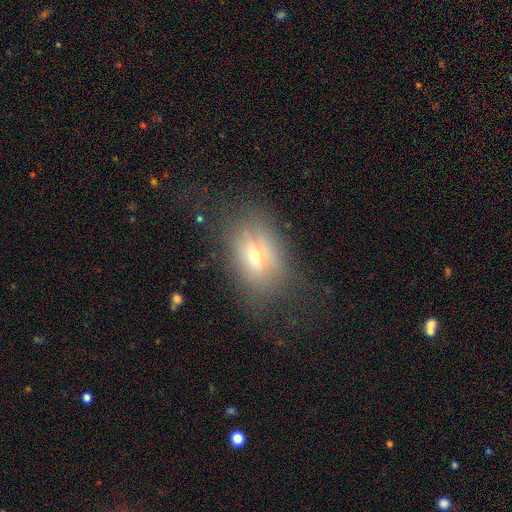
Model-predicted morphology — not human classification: Smooth or featured? Predicted: smooth (p=0.49). Merging? Predicted: none (p=0.56).